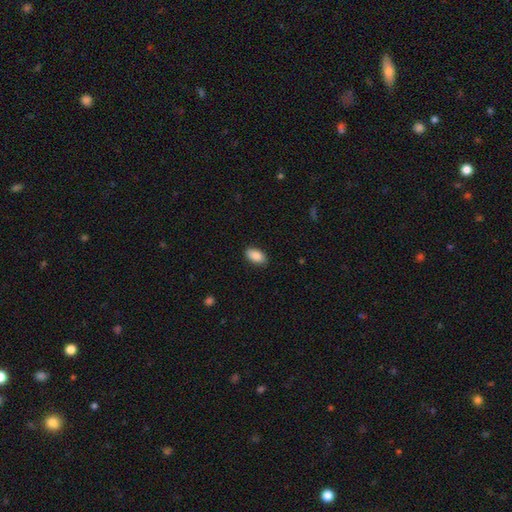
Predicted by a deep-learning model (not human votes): This is clearly a smooth galaxy (88%). How rounded: clearly in between (93%). Merging: clearly none (87%).